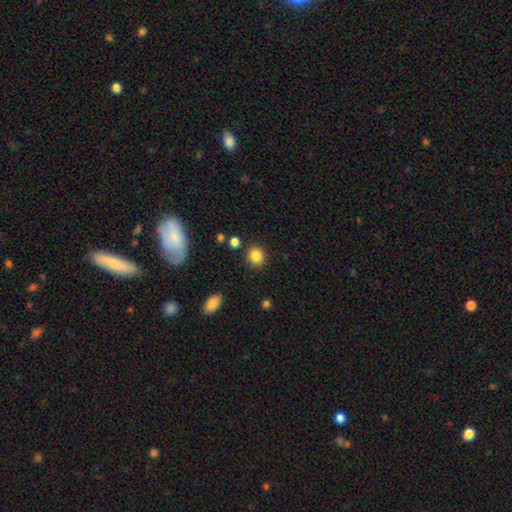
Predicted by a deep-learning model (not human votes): smooth 85%, star or artifact 10%, featured or disk 5%. Down the decision tree: how rounded — round (81%); merging — none (87%).